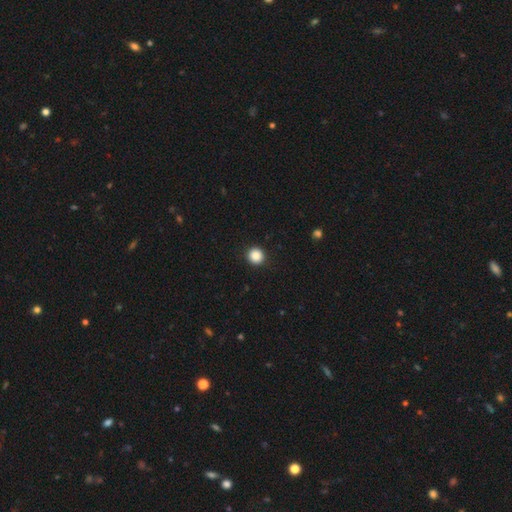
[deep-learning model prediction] Smooth or featured? smooth (88%)
How rounded? round (95%)
Merging? none (93%)